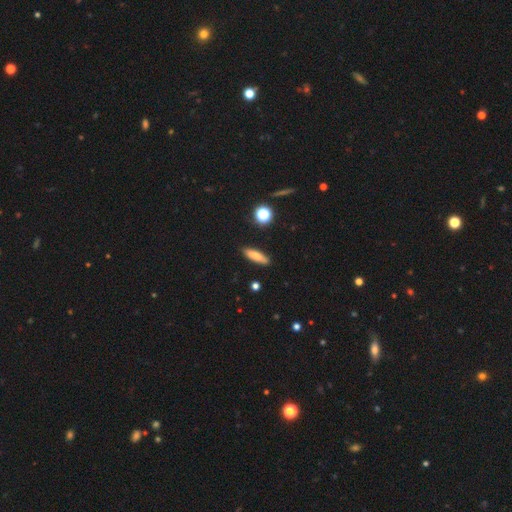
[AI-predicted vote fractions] Morphology: type=smooth (76%); roundness=cigar-shaped (58%); merging=none (88%).